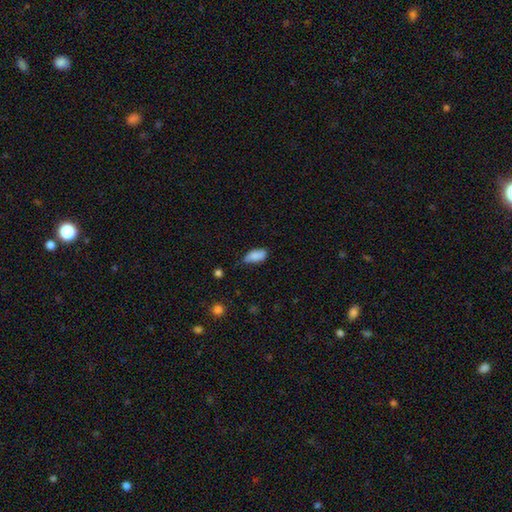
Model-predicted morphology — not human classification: This is clearly a smooth galaxy (84%). How rounded: clearly in between (89%). Merging: possibly none (55%).